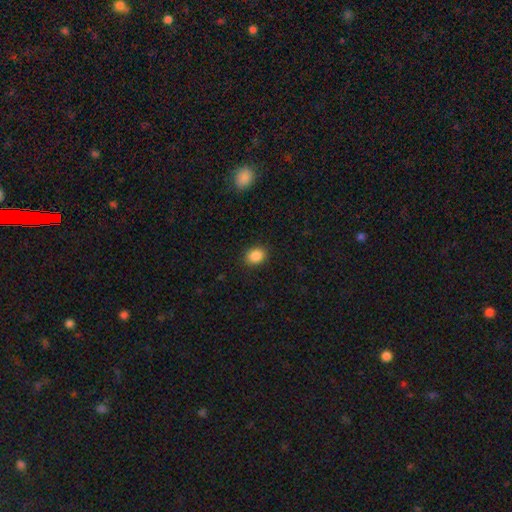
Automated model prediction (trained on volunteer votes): smooth 88%, star or artifact 9%, featured or disk 3%. Down the decision tree: how rounded — in between (50%); merging — none (89%).